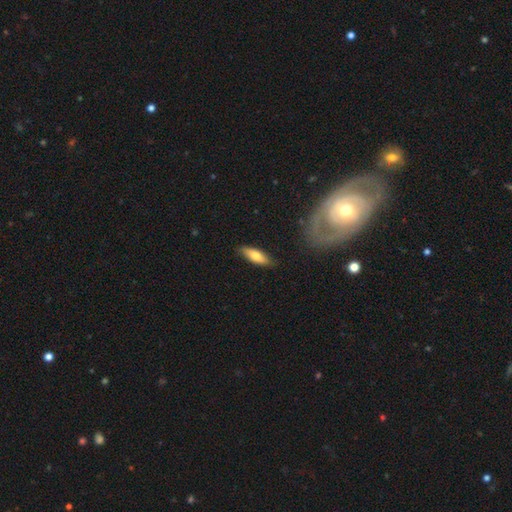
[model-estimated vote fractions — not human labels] Q: Smooth or featured?
A: smooth (70%); runner-up: featured or disk (24%)
Q: How rounded?
A: in between (57%); runner-up: cigar-shaped (41%)
Q: Merging?
A: none (83%); runner-up: minor disturbance (13%)